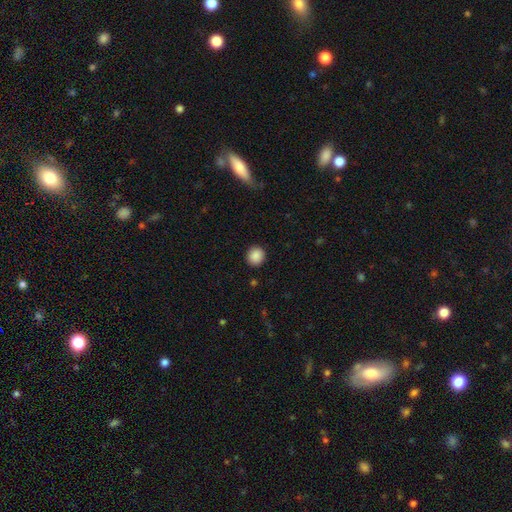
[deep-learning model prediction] smooth 89%, star or artifact 9%, featured or disk 3%. Down the decision tree: how rounded — round (90%); merging — none (91%).